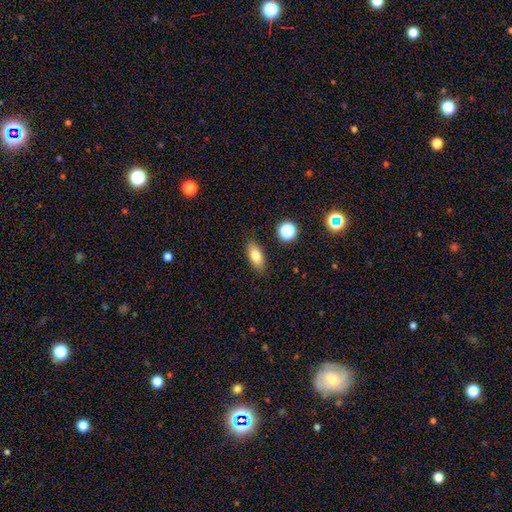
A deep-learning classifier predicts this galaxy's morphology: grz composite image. It shows a smooth galaxy with no disk features (79%) that is in between round and cigar-shaped (79%). Merging: none (87%).